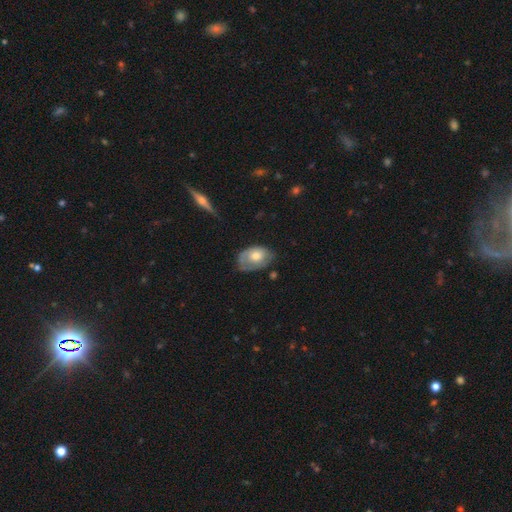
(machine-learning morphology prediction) A smooth galaxy with no disk features (55%) that is in between round and cigar-shaped (86%).

Vote fractions:
- Smooth or featured? smooth: 55% / featured or disk: 39% / star or artifact: 6%
- How rounded? in between: 86% / round: 13% / cigar-shaped: 1%
- Merging? none: 50% / minor disturbance: 34% / major disturbance: 14% / merger: 2%